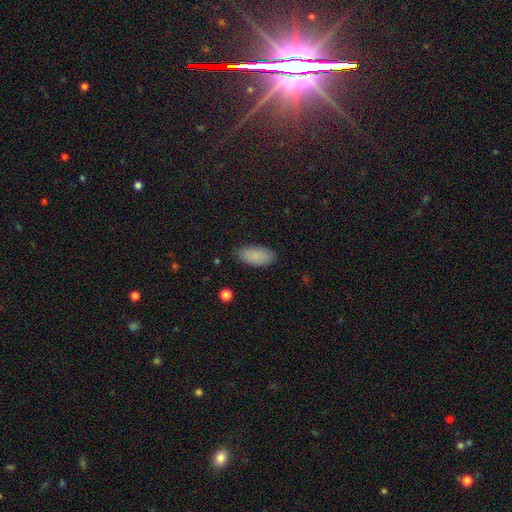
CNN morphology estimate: Smooth or featured? smooth (87%)
How rounded? in between (91%)
Merging? none (85%)